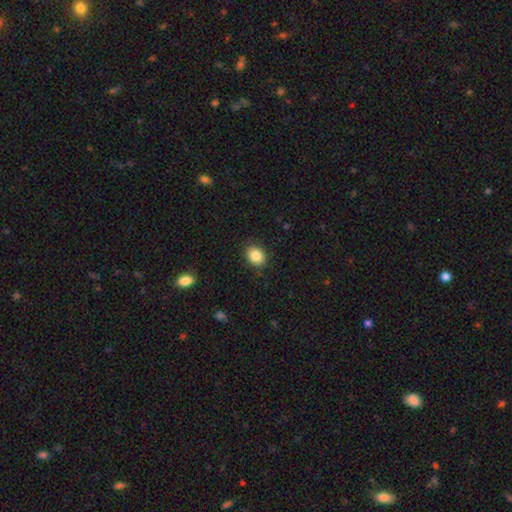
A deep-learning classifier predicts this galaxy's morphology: smooth_or_featured: smooth (p=0.86) [alt: star or artifact p=0.09]
how_rounded: in between (p=0.57) [alt: round p=0.42]
merging: none (p=0.86) [alt: minor disturbance p=0.10]